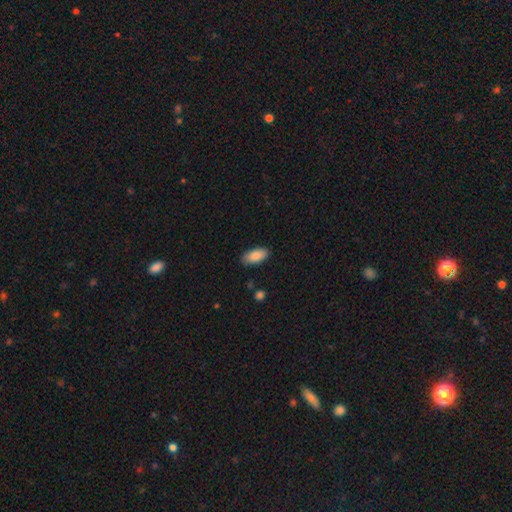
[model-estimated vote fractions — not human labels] Q: Smooth or featured?
A: smooth (88%); runner-up: star or artifact (6%)
Q: How rounded?
A: in between (92%); runner-up: cigar-shaped (6%)
Q: Merging?
A: none (85%); runner-up: minor disturbance (11%)